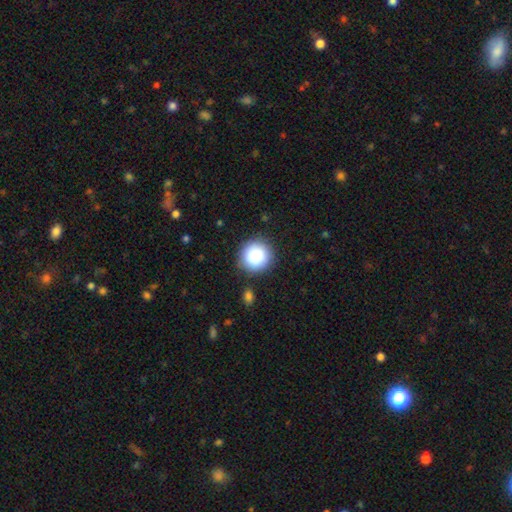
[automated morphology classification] The model was most divided on "smooth or featured": smooth: 84%, star or artifact: 9%, featured or disk: 7%. More confident: how rounded — round (93%); merging — none (87%).